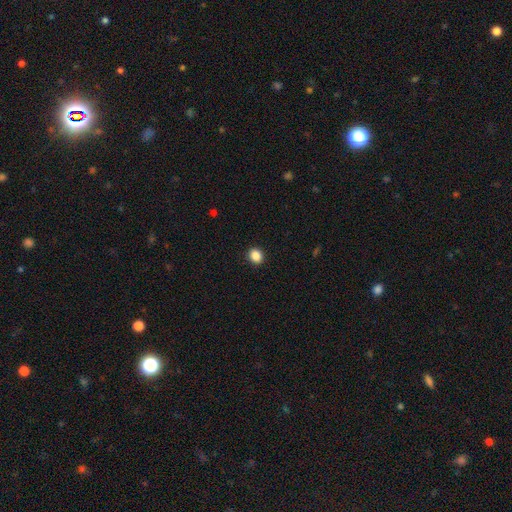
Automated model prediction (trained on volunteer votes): smooth-or-featured: smooth: 87% | star or artifact: 10% | featured or disk: 3%
  how-rounded: round: 75% | in between: 24% | cigar-shaped: 1%
  merging: none: 91% | minor disturbance: 6% | major disturbance: 2% | merger: 1%